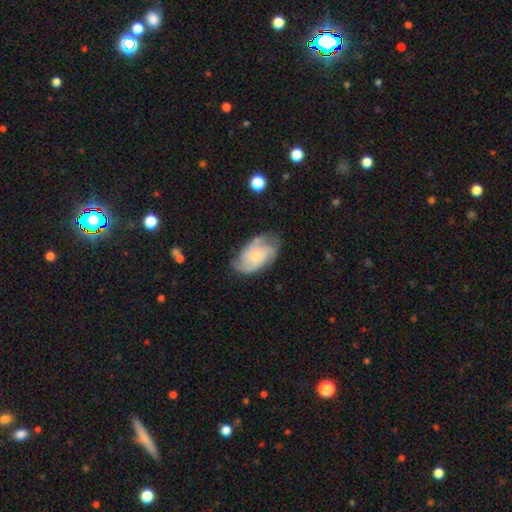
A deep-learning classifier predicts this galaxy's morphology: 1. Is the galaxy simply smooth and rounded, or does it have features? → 71% featured or disk, 23% smooth, 6% star or artifact.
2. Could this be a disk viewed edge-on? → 97% no, 3% yes.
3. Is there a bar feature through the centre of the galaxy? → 73% no, 23% weak, 3% strong.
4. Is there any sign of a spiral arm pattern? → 93% yes, 7% no.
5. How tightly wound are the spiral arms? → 45% tight, 42% medium, 13% loose.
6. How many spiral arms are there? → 33% 3, 31% 2, 22% can't tell, 7% 4, 4% 1, 3% more than 4.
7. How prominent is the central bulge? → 59% small, 31% moderate, 7% none, 3% large, 1% dominant.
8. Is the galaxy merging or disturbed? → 64% none, 25% minor disturbance, 8% major disturbance, 2% merger.